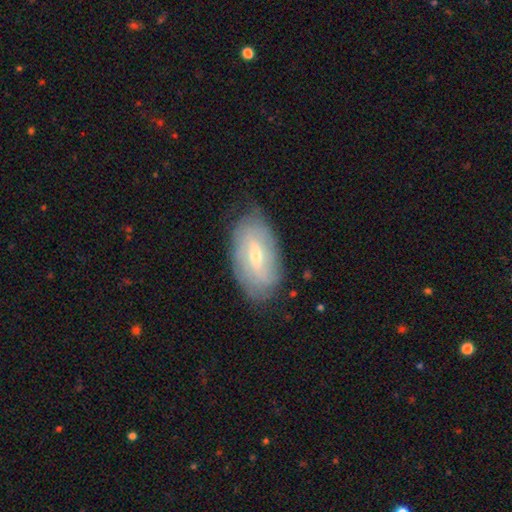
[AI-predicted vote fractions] This appears to be a featured or disk galaxy (62%) with a weak bar (50%), spiral arms (69%) and a small central bulge (54%). Merging: none (76%).